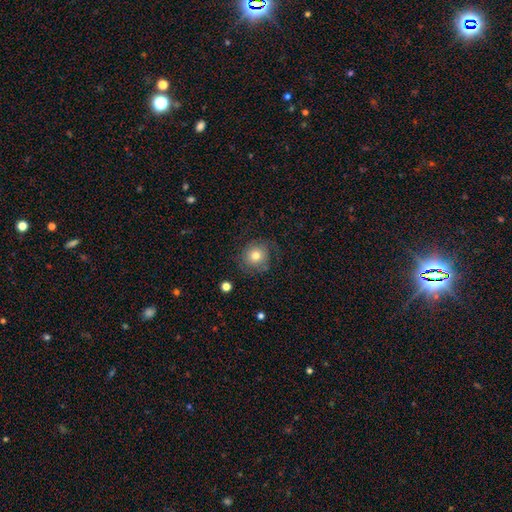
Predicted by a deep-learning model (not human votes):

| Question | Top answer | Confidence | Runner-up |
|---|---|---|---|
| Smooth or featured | smooth | 69% | featured or disk (21%) |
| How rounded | round | 90% | in between (9%) |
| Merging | none | 70% | minor disturbance (17%) |